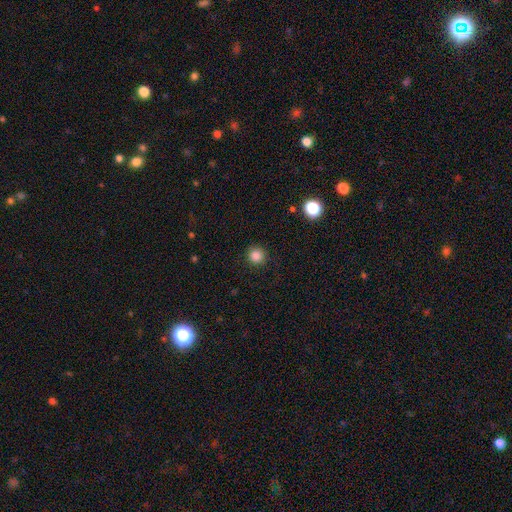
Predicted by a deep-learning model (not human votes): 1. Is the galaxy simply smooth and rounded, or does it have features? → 85% smooth, 11% star or artifact, 4% featured or disk.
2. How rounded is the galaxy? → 95% round, 4% in between, 1% cigar-shaped.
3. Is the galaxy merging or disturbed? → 92% none, 5% minor disturbance, 2% major disturbance, 1% merger.